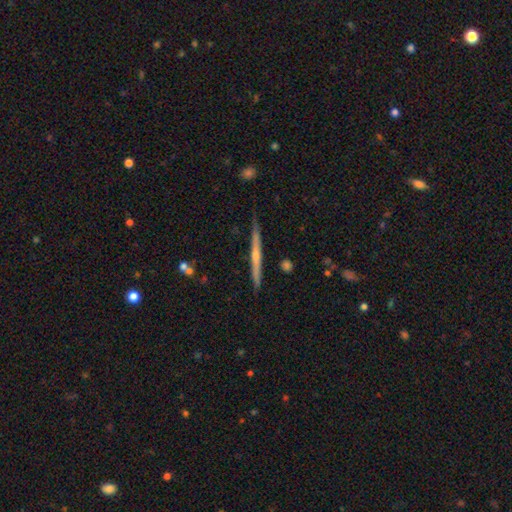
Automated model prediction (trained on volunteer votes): Smooth or featured?
  - featured or disk: 67% *
  - smooth: 27%
  - star or artifact: 6%
Edge-on disk?
  - yes: 98% *
  - no: 2%
Edge-on bulge?
  - rounded: 60% *
  - none: 36%
  - boxy: 4%
Merging?
  - none: 86% *
  - minor disturbance: 11%
  - major disturbance: 2%
  - merger: 2%